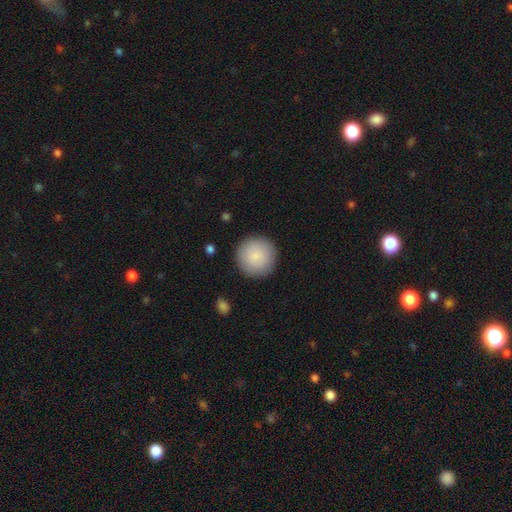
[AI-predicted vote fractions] smooth-or-featured: smooth: 87% | featured or disk: 7% | star or artifact: 6%
  how-rounded: round: 96% | in between: 3% | cigar-shaped: 1%
  merging: none: 90% | minor disturbance: 7% | major disturbance: 2% | merger: 1%